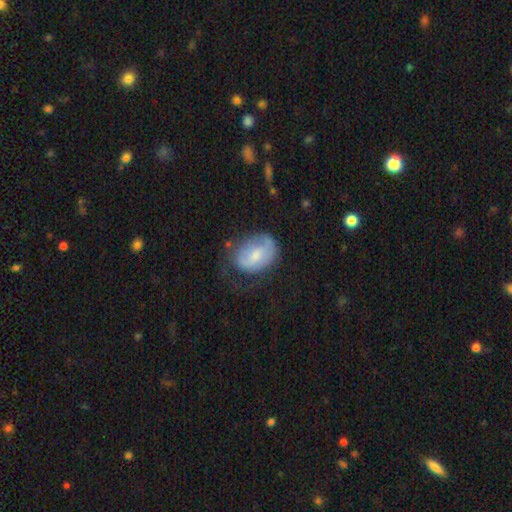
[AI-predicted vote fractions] A smooth galaxy with no disk features (54%) that is in between round and cigar-shaped (75%). Merging: none (45%).